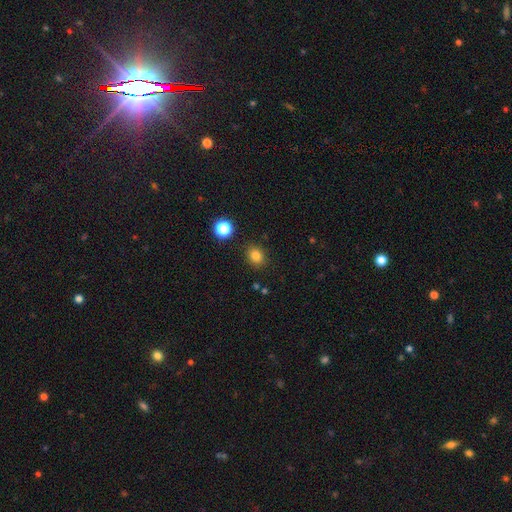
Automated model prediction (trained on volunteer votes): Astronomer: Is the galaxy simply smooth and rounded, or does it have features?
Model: smooth — 81%.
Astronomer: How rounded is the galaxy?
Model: round — 63%.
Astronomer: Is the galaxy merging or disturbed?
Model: none — 87%.